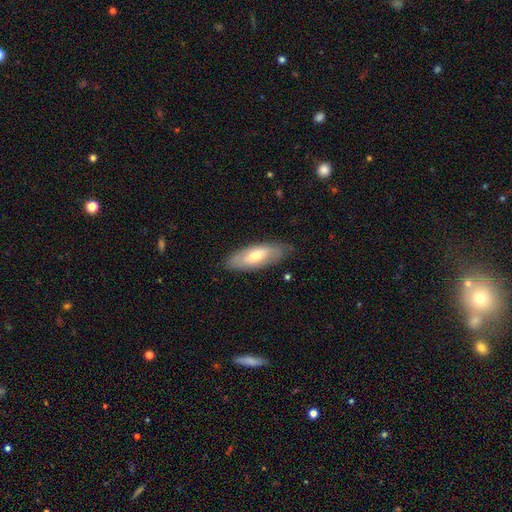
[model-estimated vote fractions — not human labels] smooth-or-featured: smooth: 63% | featured or disk: 31% | star or artifact: 6%
  how-rounded: in between: 70% | cigar-shaped: 28% | round: 2%
  merging: none: 80% | minor disturbance: 16% | major disturbance: 3% | merger: 1%